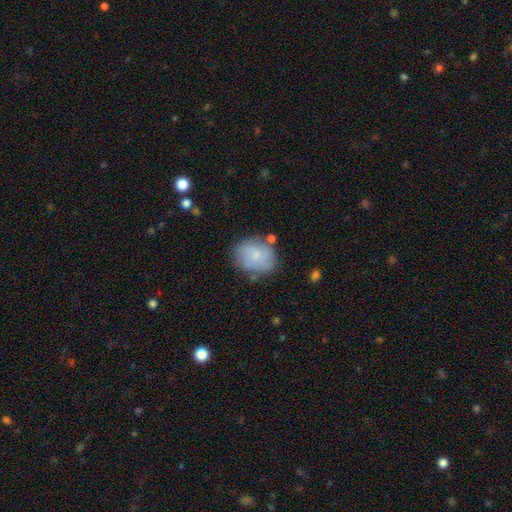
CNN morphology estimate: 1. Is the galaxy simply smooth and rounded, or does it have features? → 71% smooth, 21% featured or disk, 7% star or artifact.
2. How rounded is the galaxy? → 55% in between, 44% round, 1% cigar-shaped.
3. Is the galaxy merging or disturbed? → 68% none, 20% minor disturbance, 6% major disturbance, 6% merger.